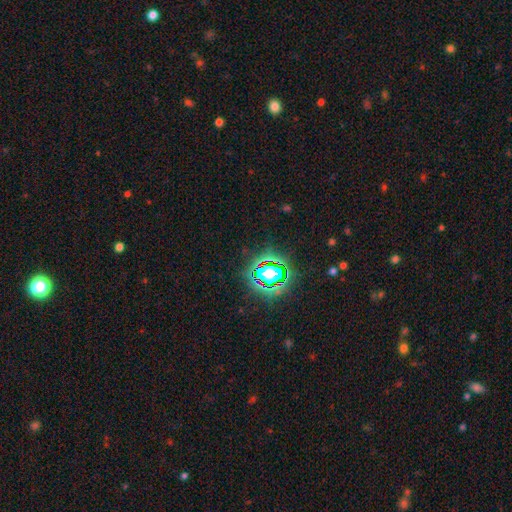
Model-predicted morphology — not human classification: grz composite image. It shows a star or artifact, not a galaxy (82%).